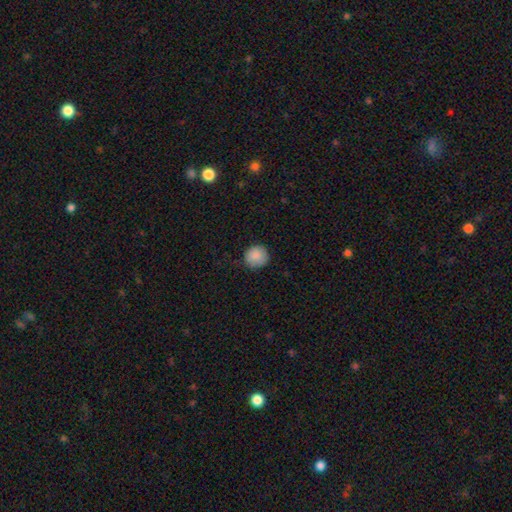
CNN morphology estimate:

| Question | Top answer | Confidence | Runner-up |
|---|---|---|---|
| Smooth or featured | smooth | 88% | star or artifact (8%) |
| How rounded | round | 89% | in between (10%) |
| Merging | none | 80% | minor disturbance (16%) |